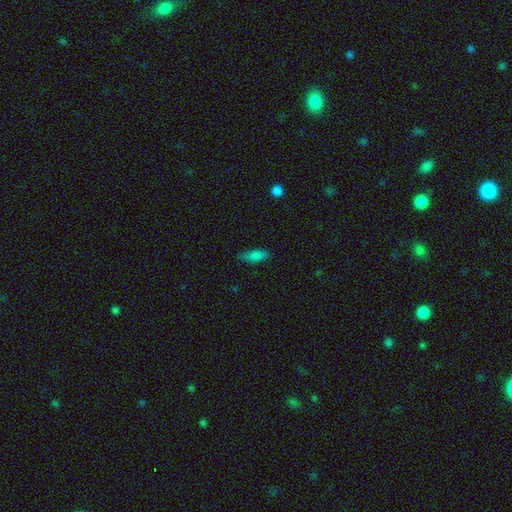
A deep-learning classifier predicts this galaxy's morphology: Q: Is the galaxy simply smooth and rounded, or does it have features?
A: smooth — 81%.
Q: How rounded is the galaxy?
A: in between — 69%.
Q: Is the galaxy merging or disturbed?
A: none — 79%.